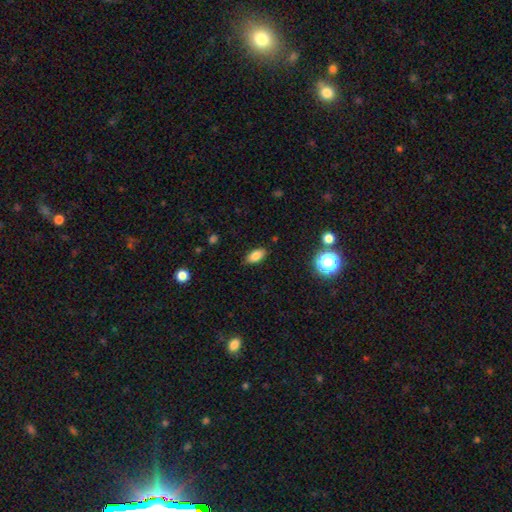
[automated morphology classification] smooth 83%, star or artifact 11%, featured or disk 7%. Down the decision tree: how rounded — in between (90%); merging — none (86%).